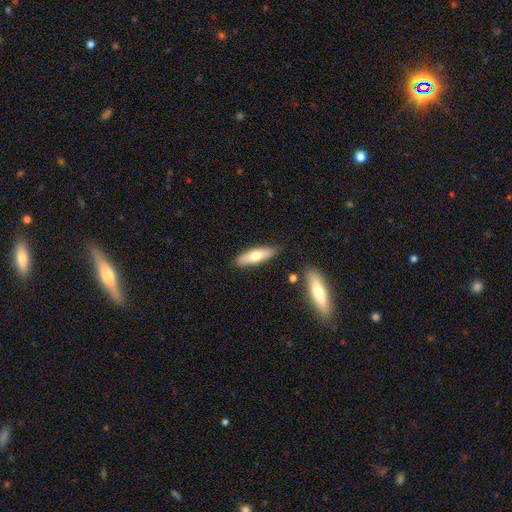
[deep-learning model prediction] This is likely a smooth galaxy (64%). How rounded: possibly cigar-shaped (57%). Merging: clearly none (84%).